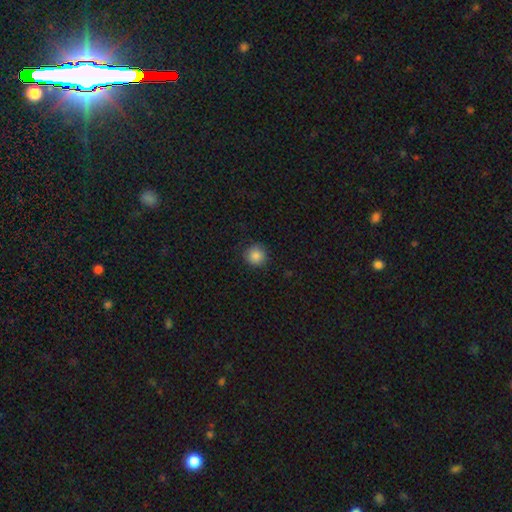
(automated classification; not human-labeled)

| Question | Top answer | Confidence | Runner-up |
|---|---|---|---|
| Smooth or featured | smooth | 86% | star or artifact (10%) |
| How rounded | round | 93% | in between (6%) |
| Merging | none | 87% | minor disturbance (10%) |